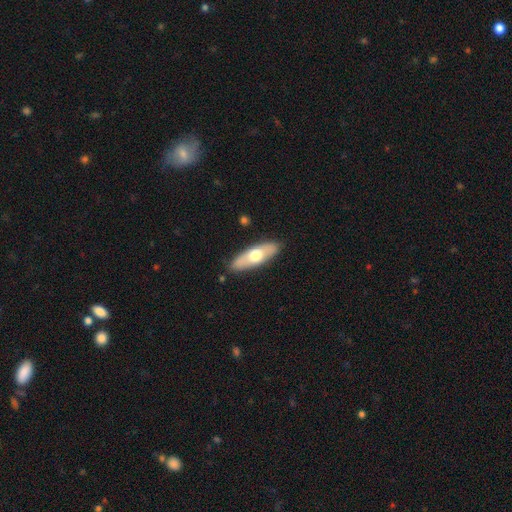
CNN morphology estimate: smooth-or-featured: smooth: 55% | featured or disk: 40% | star or artifact: 5%
  how-rounded: in between: 55% | cigar-shaped: 42% | round: 2%
  merging: none: 86% | minor disturbance: 10% | major disturbance: 2% | merger: 1%